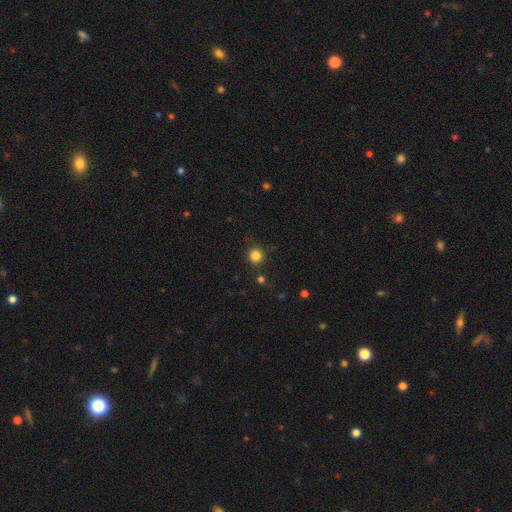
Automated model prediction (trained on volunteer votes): Smooth or featured: smooth — 83% (star or artifact — 13%)
How rounded: round — 94% (in between — 5%)
Merging: none — 86% (minor disturbance — 8%)